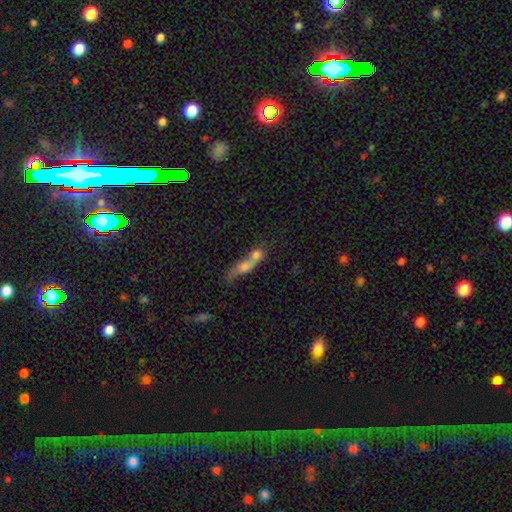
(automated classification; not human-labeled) Smooth or featured?
  - smooth: 60% *
  - featured or disk: 29%
  - star or artifact: 11%
How rounded?
  - in between: 41% *
  - cigar-shaped: 30%
  - round: 29%
Merging?
  - merger: 68% *
  - none: 19%
  - minor disturbance: 7%
  - major disturbance: 6%